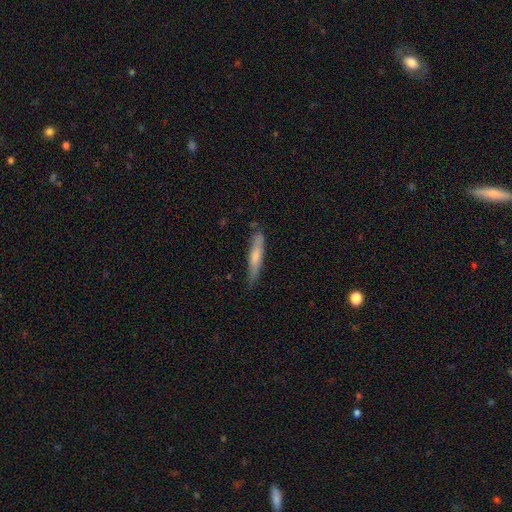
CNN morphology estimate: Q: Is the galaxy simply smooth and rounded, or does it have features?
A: smooth — 67%.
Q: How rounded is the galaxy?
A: cigar-shaped — 90%.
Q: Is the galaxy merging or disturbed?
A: none — 75%.